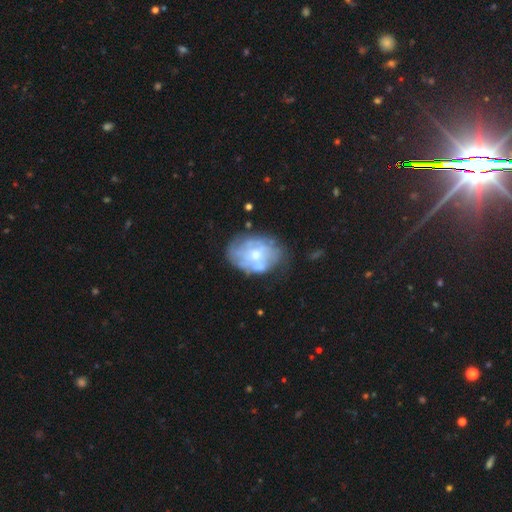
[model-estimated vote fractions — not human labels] Morphology: type=featured or disk (64%); edge-on=no (97%); bar=no (80%); spiral arms=no (55%); bulge=moderate (53%); merging=none (56%).